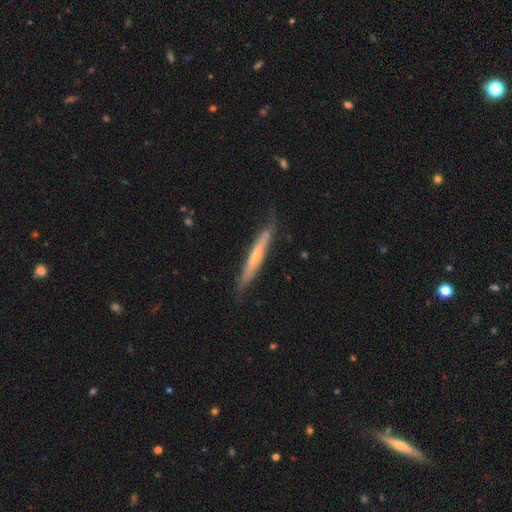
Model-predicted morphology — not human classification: Smooth or featured? Predicted: featured or disk (p=0.56). Edge-on disk? Predicted: yes (p=0.91). Edge-on bulge? Predicted: rounded (p=0.51). Merging? Predicted: none (p=0.78).